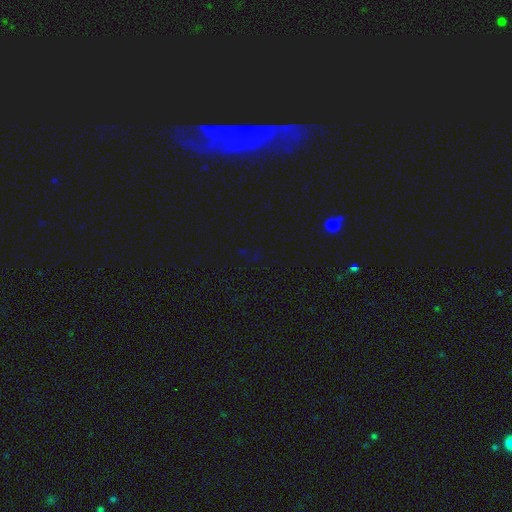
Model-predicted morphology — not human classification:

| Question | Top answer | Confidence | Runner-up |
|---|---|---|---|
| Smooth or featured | star or artifact | 75% | smooth (19%) |